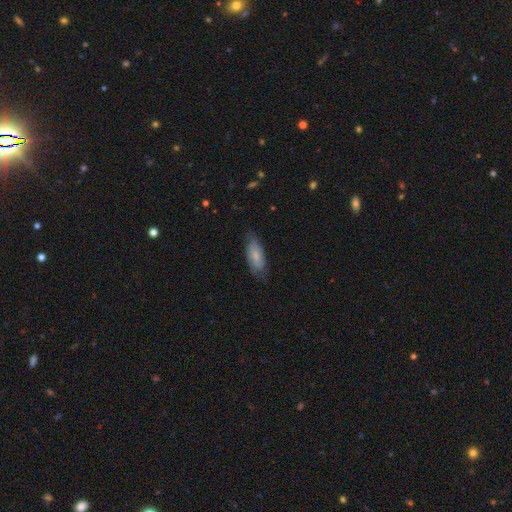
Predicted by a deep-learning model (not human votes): Smooth or featured? smooth (68%)
How rounded? in between (81%)
Merging? none (69%)